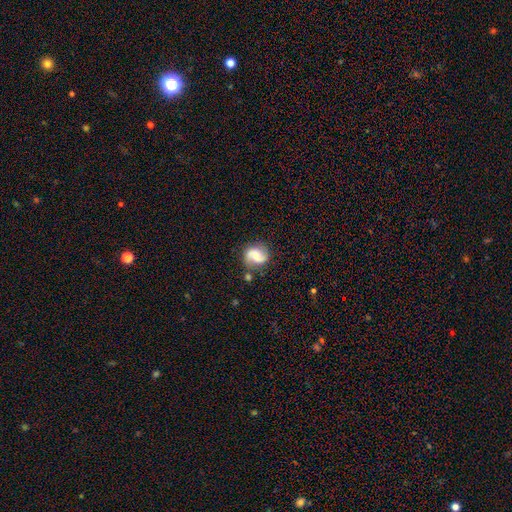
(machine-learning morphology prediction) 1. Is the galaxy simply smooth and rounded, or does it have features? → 62% featured or disk, 30% smooth, 8% star or artifact.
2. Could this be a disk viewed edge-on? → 98% no, 2% yes.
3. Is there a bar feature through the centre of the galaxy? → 48% no, 39% weak, 13% strong.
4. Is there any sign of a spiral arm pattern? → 92% yes, 8% no.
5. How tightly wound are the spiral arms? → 41% medium, 40% loose, 18% tight.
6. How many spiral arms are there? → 89% 2, 4% can't tell, 3% 1, 1% 3, 1% 4, 1% more than 4.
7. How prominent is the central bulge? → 46% moderate, 38% small, 7% none, 7% large, 2% dominant.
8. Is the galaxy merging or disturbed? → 73% none, 17% minor disturbance, 6% major disturbance, 5% merger.